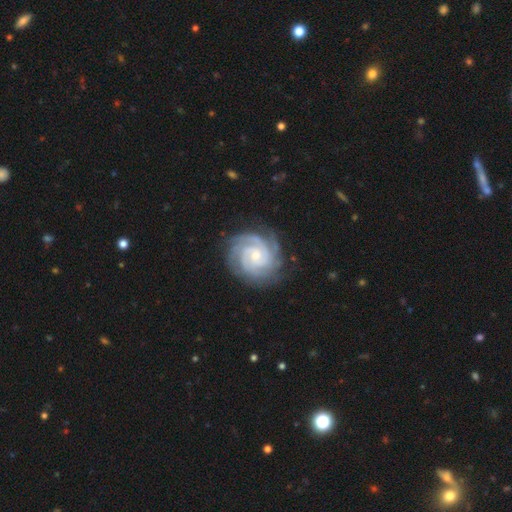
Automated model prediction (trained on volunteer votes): Smooth or featured? featured or disk (90%)
Edge-on disk? no (98%)
Bar? no (69%)
Spiral arms? yes (98%)
Spiral winding? tight (78%)
Spiral arm count? 3 (32%)
Bulge size? small (63%)
Merging? none (80%)